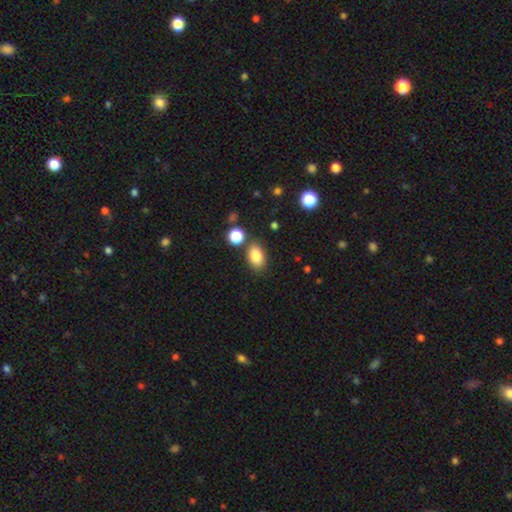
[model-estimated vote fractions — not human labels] The model was most divided on "merging": none: 78%, minor disturbance: 12%, merger: 7%, major disturbance: 3%. More confident: how rounded — in between (87%); smooth or featured — smooth (85%).